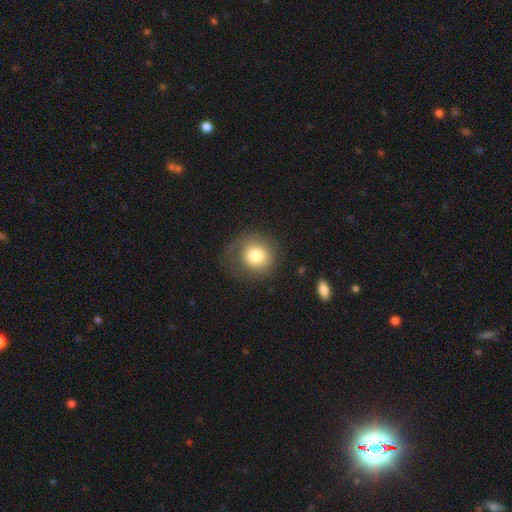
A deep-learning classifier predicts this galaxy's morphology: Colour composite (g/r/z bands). It shows a smooth galaxy with no disk features (78%) that is round (87%). Merging: none (71%).